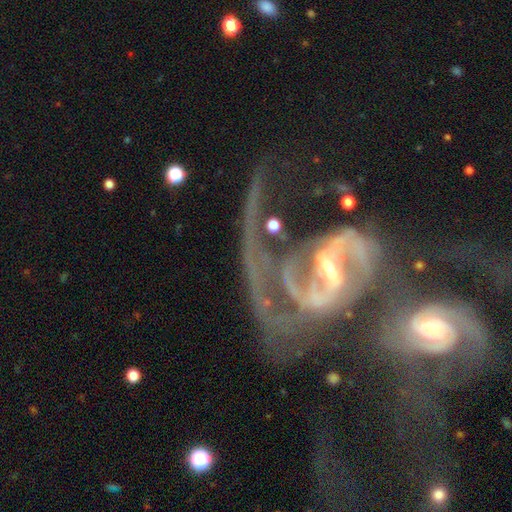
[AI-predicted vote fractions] Morphology: type=featured or disk (89%); edge-on=no (96%); bar=strong (46%); spiral arms=yes (93%); winding=medium (42%); arm count=2 (69%); bulge=small (59%); merging=merger (43%).